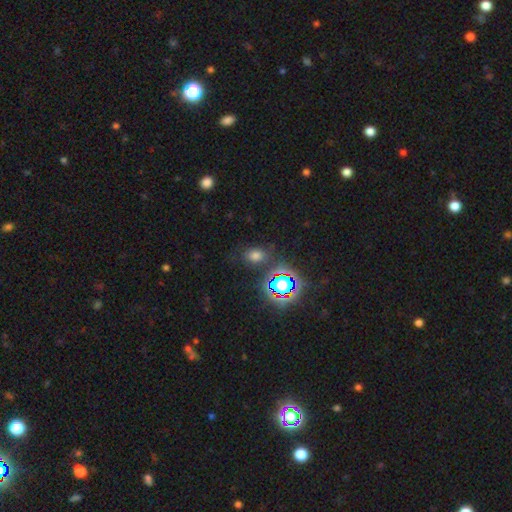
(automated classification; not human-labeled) Overall: smooth (60%; star or artifact 32%). How rounded: in between (70%). Merging: none (77%).